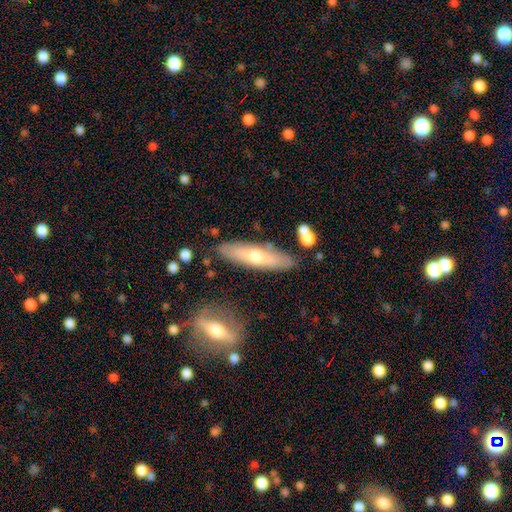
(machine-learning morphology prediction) Q: Smooth or featured?
A: smooth (52%); runner-up: featured or disk (42%)
Q: How rounded?
A: cigar-shaped (70%); runner-up: in between (28%)
Q: Merging?
A: none (82%); runner-up: minor disturbance (11%)